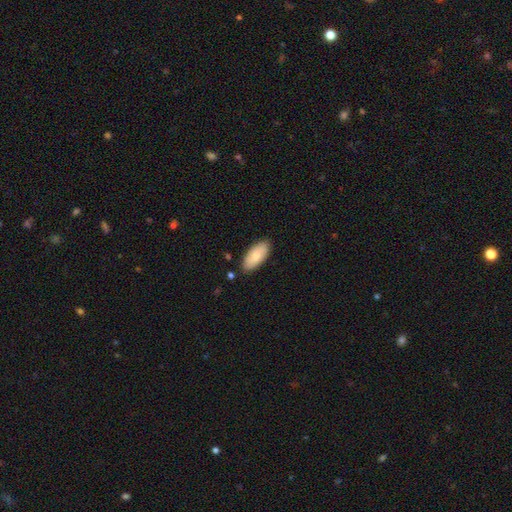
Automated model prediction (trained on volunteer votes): This is likely a smooth galaxy (79%). How rounded: clearly in between (89%). Merging: clearly none (85%).